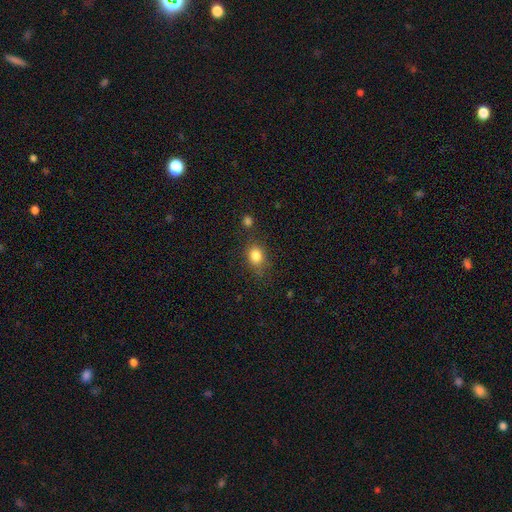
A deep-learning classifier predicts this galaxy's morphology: Q: Smooth or featured?
A: smooth (83%); runner-up: star or artifact (11%)
Q: How rounded?
A: in between (50%); runner-up: round (49%)
Q: Merging?
A: none (73%); runner-up: minor disturbance (16%)